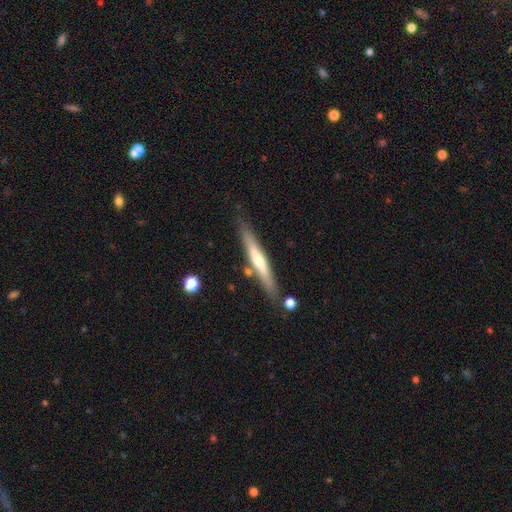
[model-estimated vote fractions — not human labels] Morphology: type=featured or disk (54%); edge-on=yes (94%); edge-on bulge=rounded (55%); merging=none (81%).